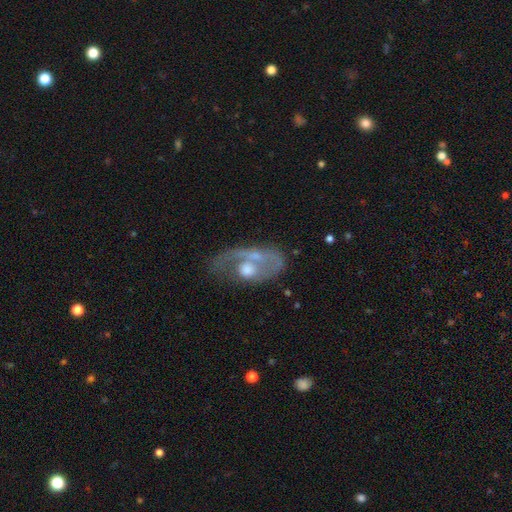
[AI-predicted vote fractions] Smooth or featured?
  - featured or disk: 67% *
  - smooth: 26%
  - star or artifact: 8%
Edge-on disk?
  - no: 93% *
  - yes: 7%
Bar?
  - no: 82% *
  - weak: 15%
  - strong: 3%
Spiral arms?
  - yes: 53% *
  - no: 47%
Bulge size?
  - moderate: 59% *
  - small: 16%
  - large: 16%
  - none: 6%
  - dominant: 3%
Merging?
  - major disturbance: 35% *
  - none: 32%
  - minor disturbance: 18%
  - merger: 15%